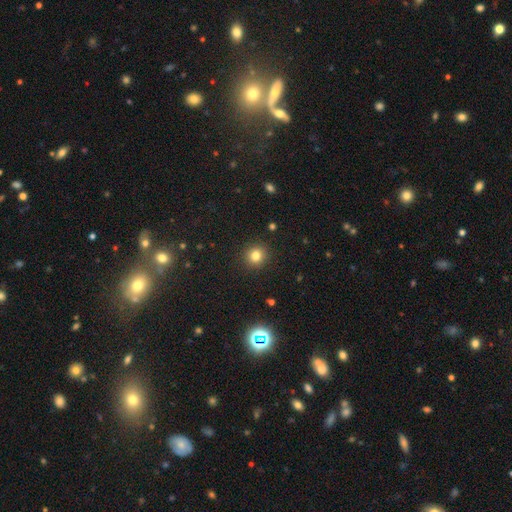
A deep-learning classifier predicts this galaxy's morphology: Smooth or featured: smooth — 81% (star or artifact — 13%)
How rounded: round — 90% (in between — 9%)
Merging: none — 91% (minor disturbance — 6%)